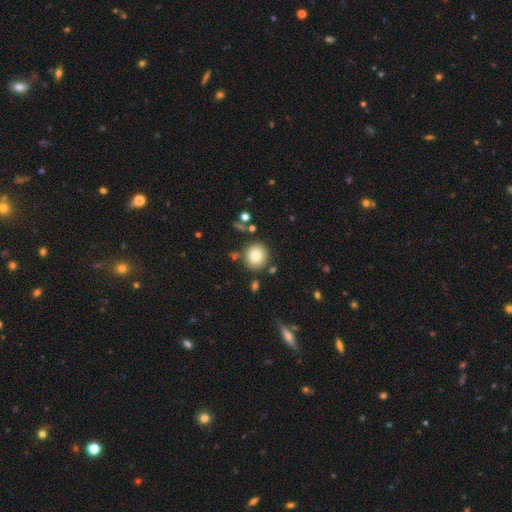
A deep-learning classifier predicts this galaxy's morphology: smooth_or_featured: smooth (p=0.81) [alt: star or artifact p=0.10]
how_rounded: round (p=0.90) [alt: in between p=0.09]
merging: none (p=0.84) [alt: minor disturbance p=0.09]